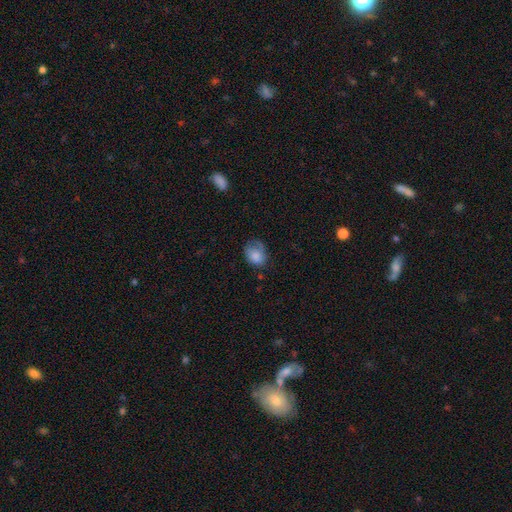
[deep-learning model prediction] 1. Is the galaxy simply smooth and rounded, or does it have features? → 78% smooth, 14% featured or disk, 8% star or artifact.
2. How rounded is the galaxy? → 61% in between, 38% round, 1% cigar-shaped.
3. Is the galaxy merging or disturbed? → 46% none, 33% minor disturbance, 18% major disturbance, 2% merger.